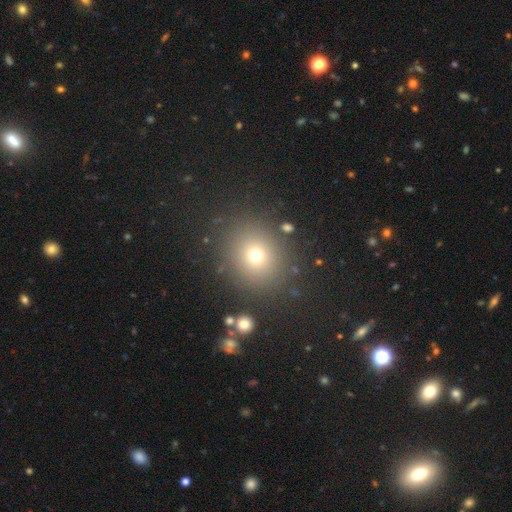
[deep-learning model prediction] A smooth galaxy with no disk features (68%) that is round (77%).

Vote fractions:
- Smooth or featured? smooth: 68% / star or artifact: 21% / featured or disk: 11%
- How rounded? round: 77% / in between: 22% / cigar-shaped: 1%
- Merging? none: 85% / minor disturbance: 8% / major disturbance: 4% / merger: 3%